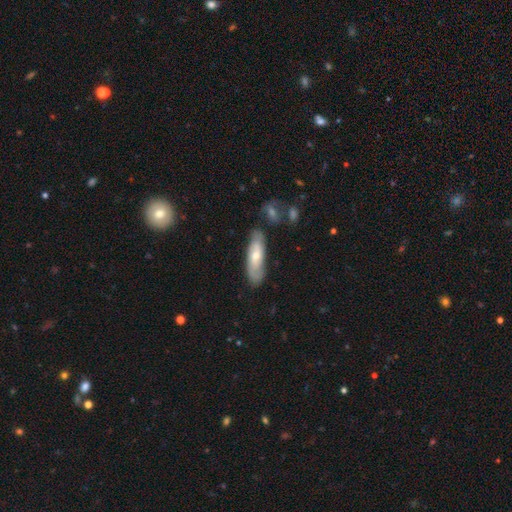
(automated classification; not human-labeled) This is possibly a smooth galaxy (49%). Merging: likely none (76%).